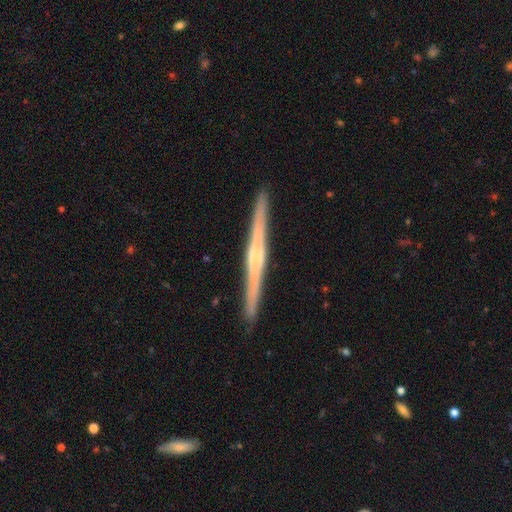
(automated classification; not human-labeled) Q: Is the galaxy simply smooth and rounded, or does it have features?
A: featured or disk — 76%.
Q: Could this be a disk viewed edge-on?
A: yes — 98%.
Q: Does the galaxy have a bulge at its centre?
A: rounded — 48%.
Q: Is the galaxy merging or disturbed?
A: none — 92%.